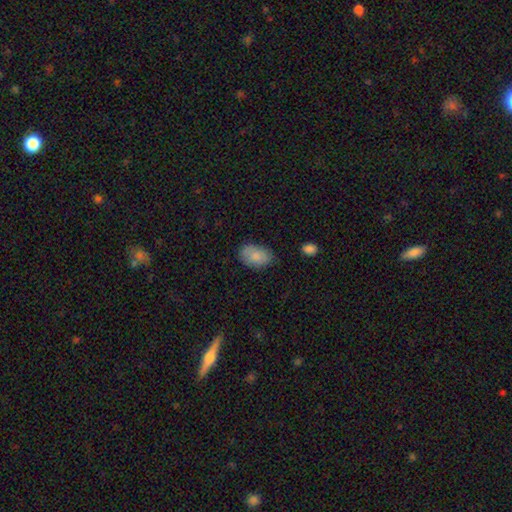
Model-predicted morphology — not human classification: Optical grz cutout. It shows a smooth galaxy with no disk features (84%) that is in between round and cigar-shaped (90%). Merging: none (75%).